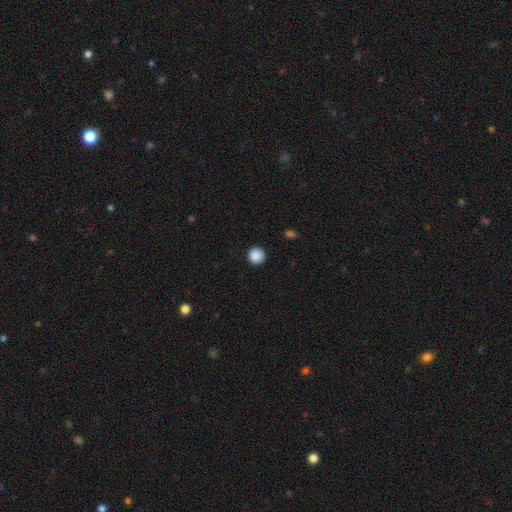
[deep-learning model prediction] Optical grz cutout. It shows a smooth galaxy with no disk features (88%) that is round (96%). Merging: none (93%).